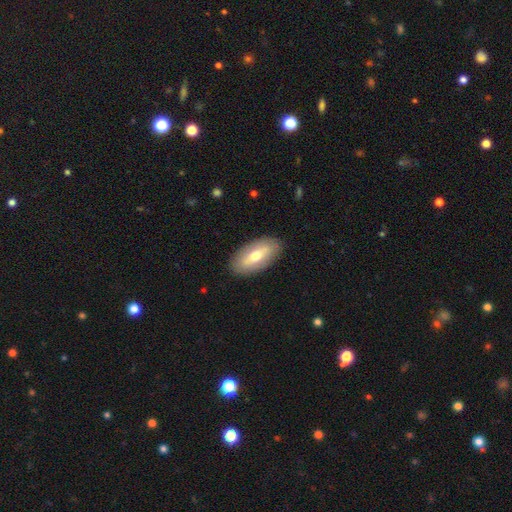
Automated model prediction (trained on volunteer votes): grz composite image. It shows a smooth galaxy with no disk features (55%) that is in between round and cigar-shaped (89%). Merging: none (87%).